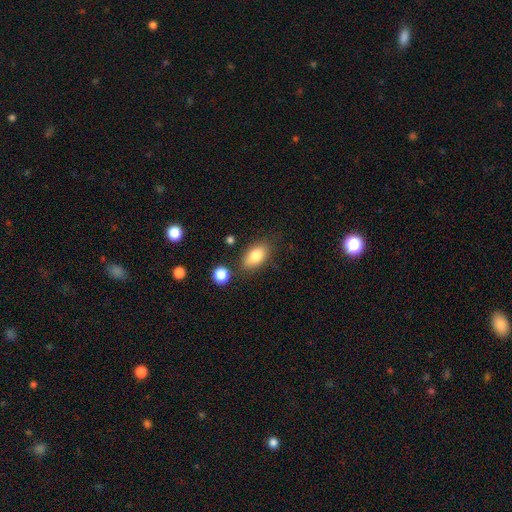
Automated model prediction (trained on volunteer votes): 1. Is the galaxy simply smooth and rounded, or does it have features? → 82% smooth, 11% featured or disk, 8% star or artifact.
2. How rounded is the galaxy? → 89% in between, 8% round, 3% cigar-shaped.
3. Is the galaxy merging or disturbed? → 77% none, 14% minor disturbance, 5% merger, 3% major disturbance.